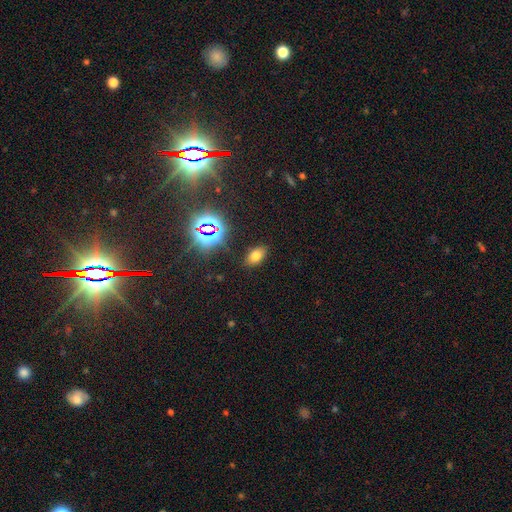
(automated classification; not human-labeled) Smooth or featured?
  - smooth: 67% *
  - star or artifact: 23%
  - featured or disk: 11%
How rounded?
  - in between: 86% *
  - round: 11%
  - cigar-shaped: 2%
Merging?
  - none: 85% *
  - minor disturbance: 10%
  - major disturbance: 3%
  - merger: 2%